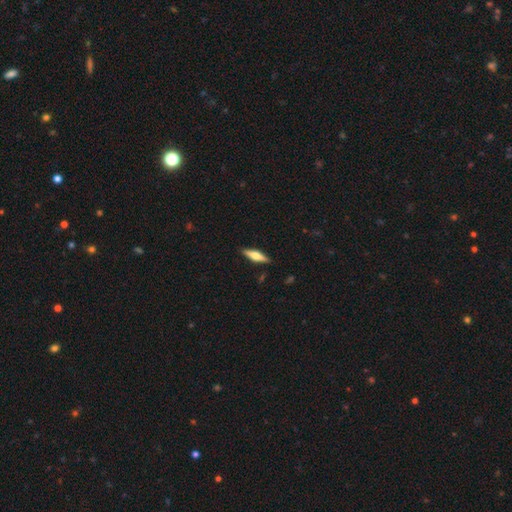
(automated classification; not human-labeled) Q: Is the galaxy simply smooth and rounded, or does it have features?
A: featured or disk — 51%.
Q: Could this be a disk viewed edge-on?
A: yes — 95%.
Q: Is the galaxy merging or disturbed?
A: none — 88%.